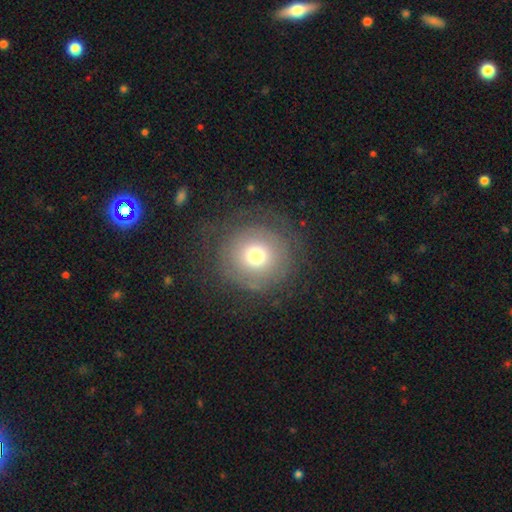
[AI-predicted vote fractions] Smooth or featured? Predicted: smooth (p=0.60). How rounded? Predicted: round (p=0.93). Merging? Predicted: none (p=0.73).